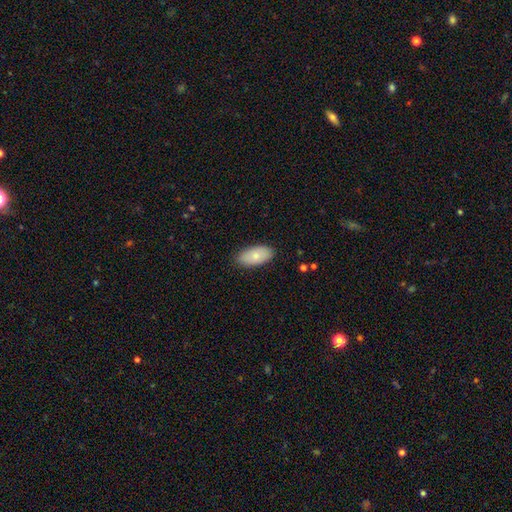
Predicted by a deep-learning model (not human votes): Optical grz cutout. It shows a smooth galaxy with no disk features (80%) that is in between round and cigar-shaped (94%). Merging: none (85%).